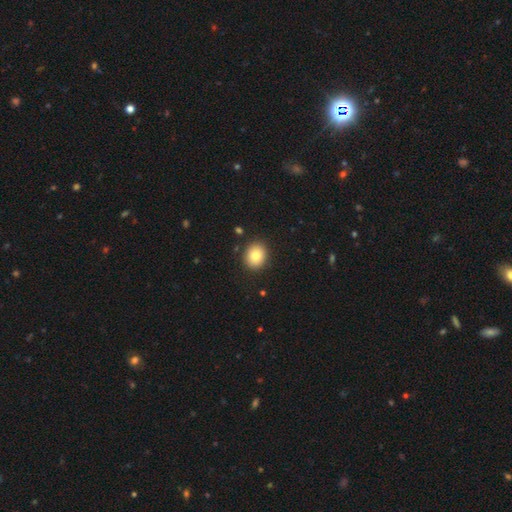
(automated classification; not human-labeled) Q: Smooth or featured?
A: smooth (83%); runner-up: star or artifact (9%)
Q: How rounded?
A: round (67%); runner-up: in between (32%)
Q: Merging?
A: none (89%); runner-up: minor disturbance (7%)